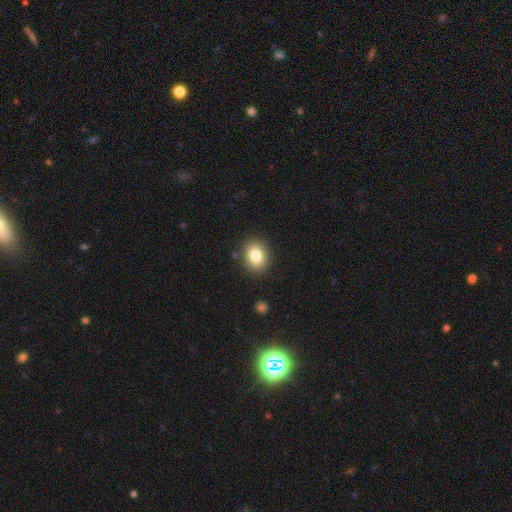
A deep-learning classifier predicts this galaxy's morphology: This is clearly a smooth galaxy (82%). How rounded: possibly in between (51%). Merging: clearly none (87%).